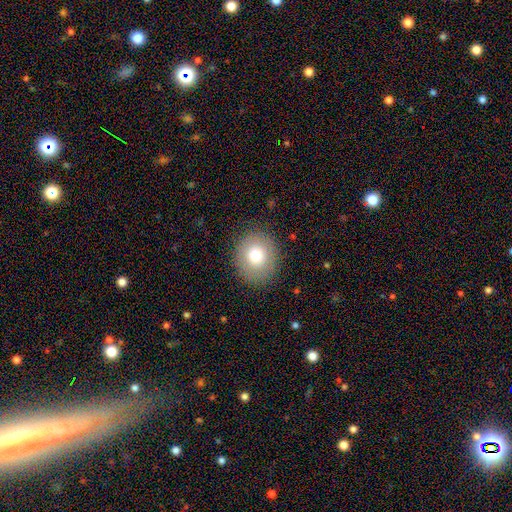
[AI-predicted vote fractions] Overall: smooth (73%). How rounded: round (80%). Merging: none (87%).